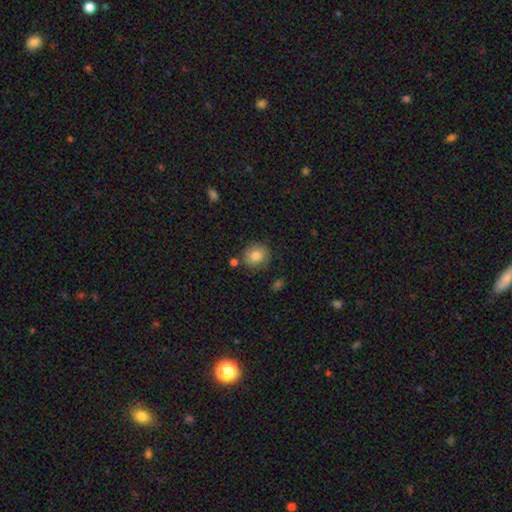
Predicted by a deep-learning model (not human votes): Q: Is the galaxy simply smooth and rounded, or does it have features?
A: smooth — 79%.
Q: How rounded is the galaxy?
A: round — 79%.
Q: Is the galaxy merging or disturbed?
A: none — 78%.